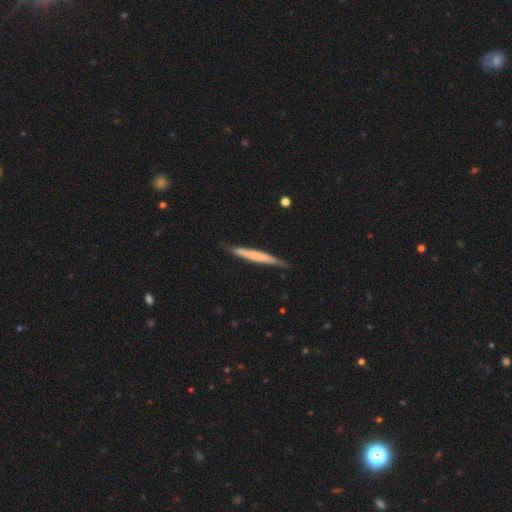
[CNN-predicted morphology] smooth_or_featured: smooth (p=0.54) [alt: featured or disk p=0.41]
how_rounded: cigar-shaped (p=0.96) [alt: in between p=0.03]
merging: none (p=0.83) [alt: minor disturbance p=0.14]